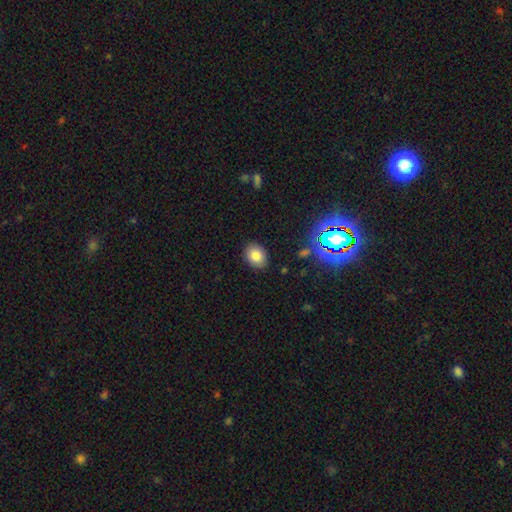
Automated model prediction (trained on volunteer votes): smooth 80%, star or artifact 12%, featured or disk 8%. Down the decision tree: how rounded — in between (59%); merging — none (88%).